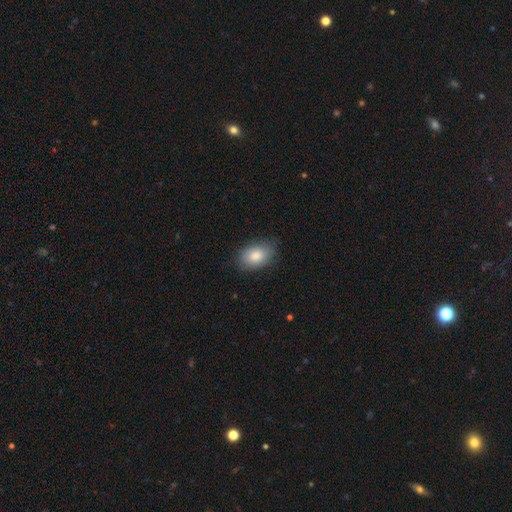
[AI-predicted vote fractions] The model was most divided on "merging": none: 79%, minor disturbance: 16%, major disturbance: 4%, merger: 1%. More confident: how rounded — in between (87%); smooth or featured — smooth (84%).